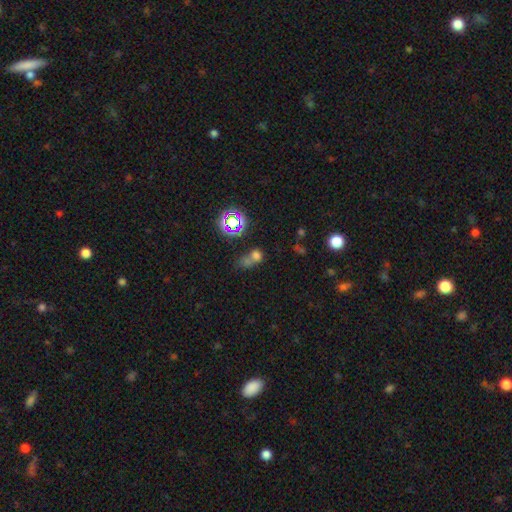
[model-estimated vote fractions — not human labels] This appears to be a smooth galaxy with no disk features (44%). Merging: none (42%).